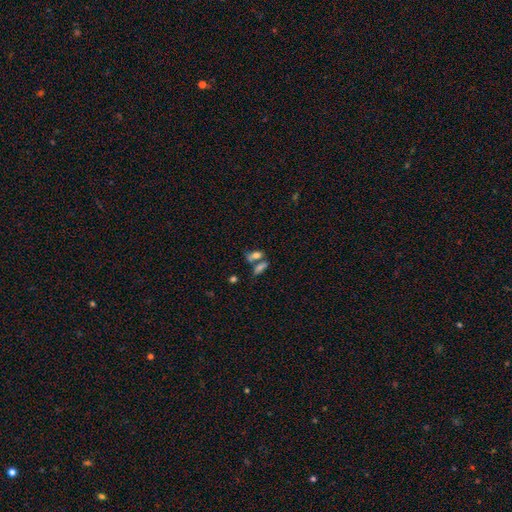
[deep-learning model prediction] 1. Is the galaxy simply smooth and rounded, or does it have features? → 70% smooth, 19% featured or disk, 11% star or artifact.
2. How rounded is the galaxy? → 73% in between, 19% cigar-shaped, 8% round.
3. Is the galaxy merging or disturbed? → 44% merger, 39% none, 11% minor disturbance, 6% major disturbance.